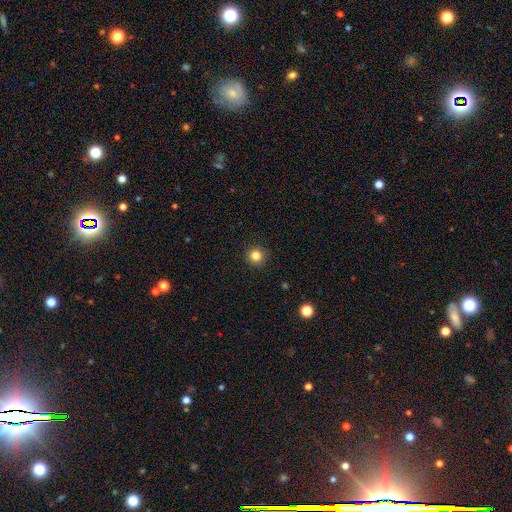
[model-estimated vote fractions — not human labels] A smooth galaxy with no disk features (83%) that is round (94%).

Vote fractions:
- Smooth or featured? smooth: 83% / star or artifact: 12% / featured or disk: 5%
- How rounded? round: 94% / in between: 5% / cigar-shaped: 1%
- Merging? none: 91% / minor disturbance: 6% / major disturbance: 2% / merger: 1%